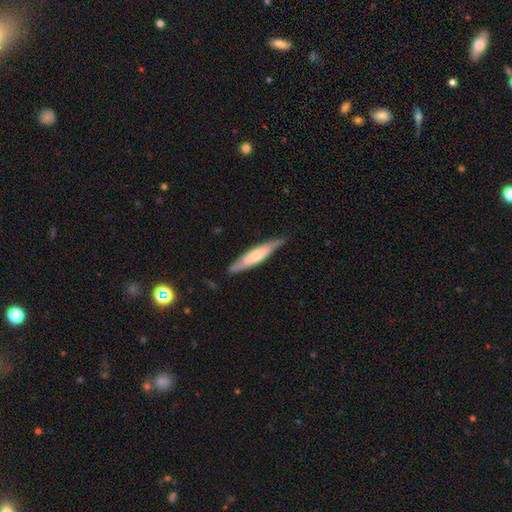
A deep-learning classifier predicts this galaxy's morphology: Smooth or featured: smooth — 56% (featured or disk — 39%)
How rounded: cigar-shaped — 85% (in between — 13%)
Merging: none — 81% (minor disturbance — 15%)